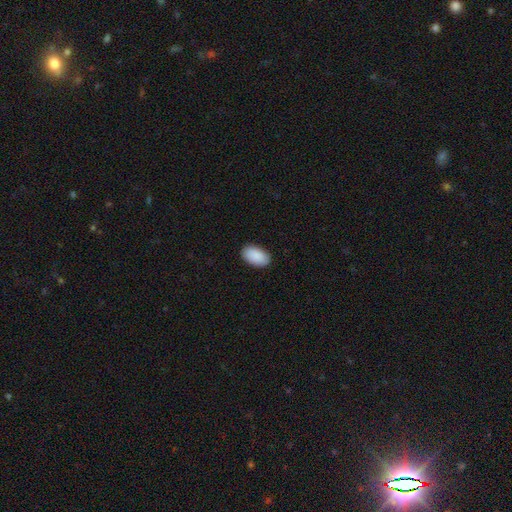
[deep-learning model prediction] This is clearly a smooth galaxy (91%). How rounded: clearly in between (95%). Merging: clearly none (89%).